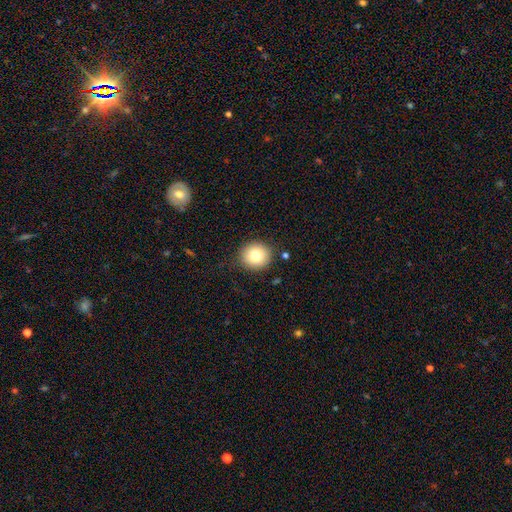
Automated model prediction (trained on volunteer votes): Morphology: type=smooth (79%); roundness=round (87%); merging=none (86%).